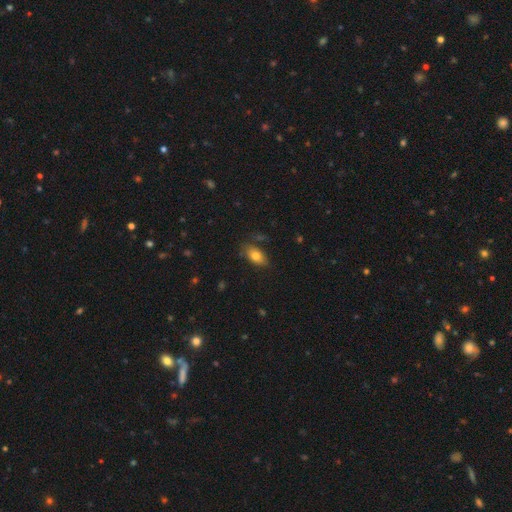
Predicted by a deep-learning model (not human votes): Smooth or featured? smooth (78%)
How rounded? in between (90%)
Merging? none (78%)